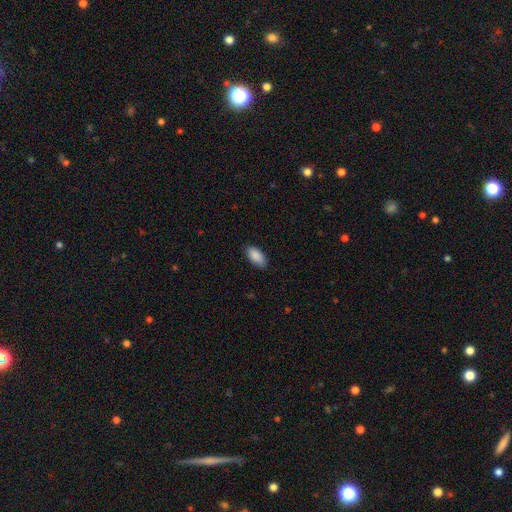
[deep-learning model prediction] A smooth galaxy with no disk features (90%) that is in between round and cigar-shaped (93%).

Vote fractions:
- Smooth or featured? smooth: 90% / star or artifact: 6% / featured or disk: 4%
- How rounded? in between: 93% / cigar-shaped: 5% / round: 2%
- Merging? none: 85% / minor disturbance: 12% / major disturbance: 2% / merger: 1%